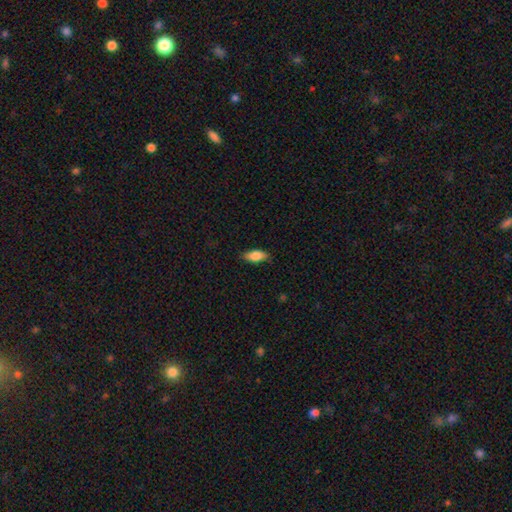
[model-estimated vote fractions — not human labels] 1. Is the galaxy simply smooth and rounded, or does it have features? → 83% smooth, 11% featured or disk, 6% star or artifact.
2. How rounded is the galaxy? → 84% in between, 14% cigar-shaped, 3% round.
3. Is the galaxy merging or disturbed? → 82% none, 15% minor disturbance, 3% major disturbance, 1% merger.